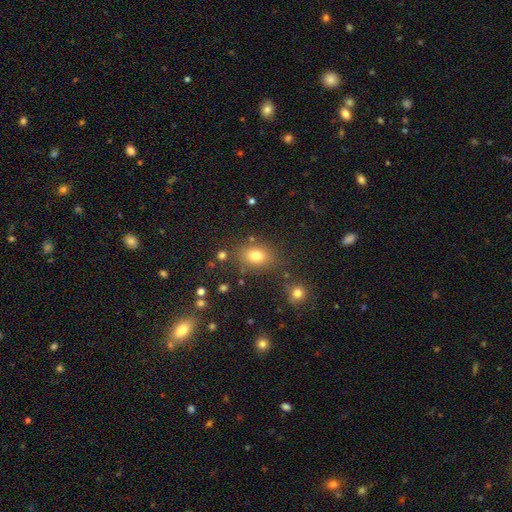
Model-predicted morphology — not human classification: Smooth or featured?
  - smooth: 78% *
  - star or artifact: 13%
  - featured or disk: 9%
How rounded?
  - in between: 66% *
  - round: 33%
  - cigar-shaped: 1%
Merging?
  - none: 76% *
  - minor disturbance: 13%
  - merger: 6%
  - major disturbance: 5%